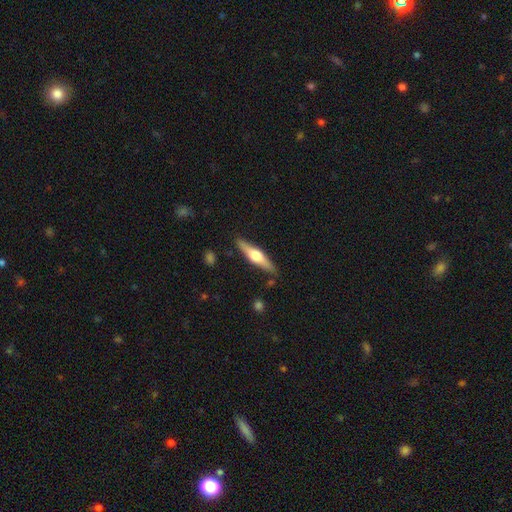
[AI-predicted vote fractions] A featured or disk galaxy (61%) viewed edge-on (96%) with a rounded central bulge (93%).

Vote fractions:
- Smooth or featured? featured or disk: 61% / smooth: 34% / star or artifact: 5%
- Edge-on disk? yes: 96% / no: 4%
- Edge-on bulge? rounded: 93% / boxy: 5% / none: 2%
- Merging? none: 86% / minor disturbance: 10% / major disturbance: 2% / merger: 2%